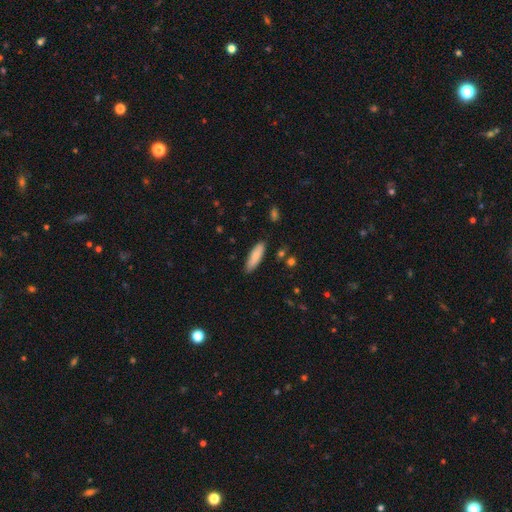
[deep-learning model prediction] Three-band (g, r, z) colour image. It shows a smooth galaxy with no disk features (83%) that is cigar-shaped (54%). Merging: none (85%).